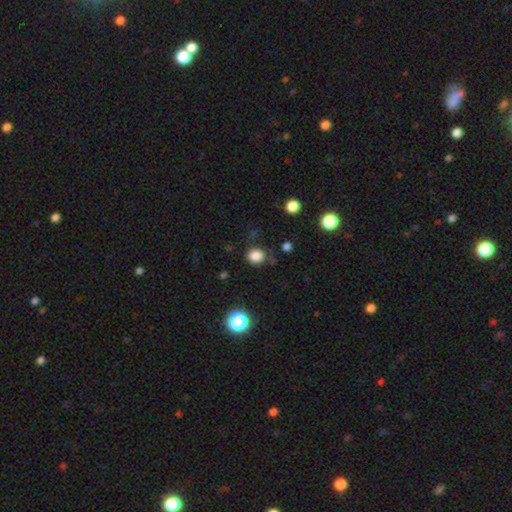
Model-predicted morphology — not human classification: smooth-or-featured: smooth: 82% | star or artifact: 13% | featured or disk: 4%
  how-rounded: round: 70% | in between: 29% | cigar-shaped: 1%
  merging: none: 76% | minor disturbance: 15% | major disturbance: 5% | merger: 3%